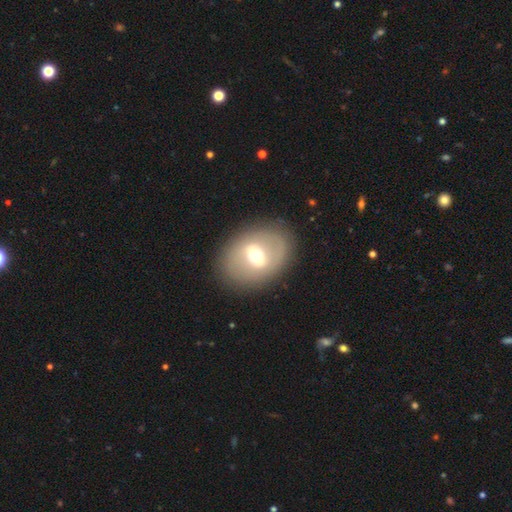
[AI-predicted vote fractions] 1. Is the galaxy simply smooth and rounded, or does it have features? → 51% featured or disk, 41% smooth, 8% star or artifact.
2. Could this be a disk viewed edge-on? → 91% no, 9% yes.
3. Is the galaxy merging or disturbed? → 84% none, 10% minor disturbance, 5% major disturbance, 1% merger.